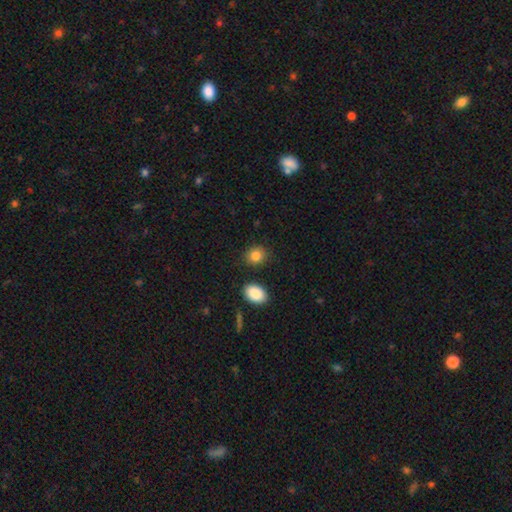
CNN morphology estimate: This appears to be a smooth galaxy with no disk features (84%) that is round (66%). Merging: none (84%).